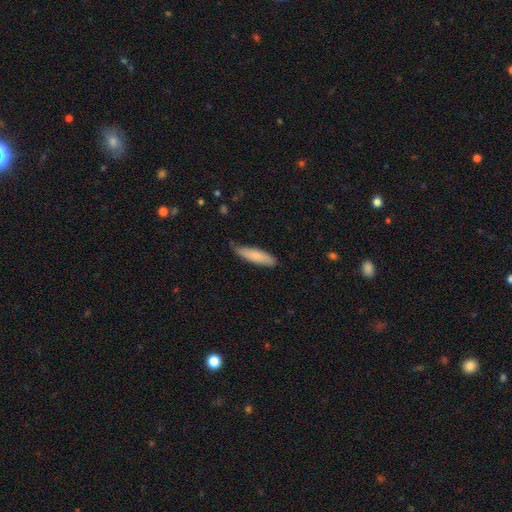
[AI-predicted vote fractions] This is clearly a smooth galaxy (81%). How rounded: likely cigar-shaped (75%). Merging: likely none (72%).